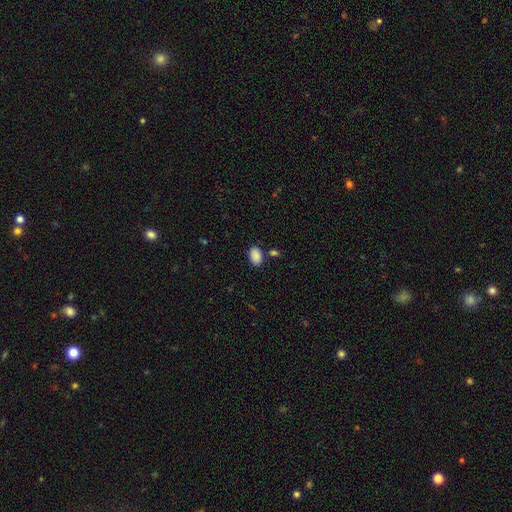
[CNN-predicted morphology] Smooth or featured? Predicted: smooth (p=0.88). How rounded? Predicted: in between (p=0.85). Merging? Predicted: none (p=0.80).